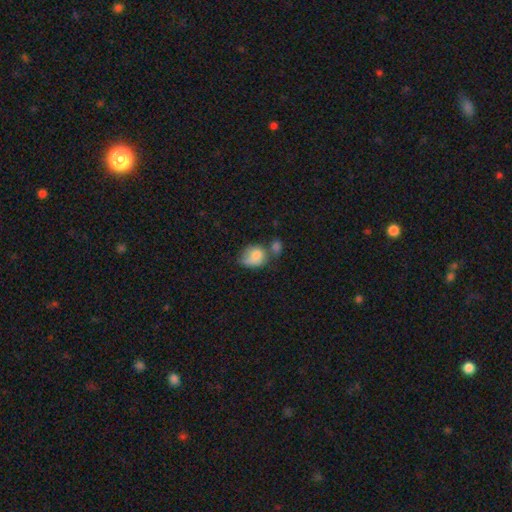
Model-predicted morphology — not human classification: Overall: smooth (78%). How rounded: round (50%; in between 49%). Merging: merger (34%; none 27%).